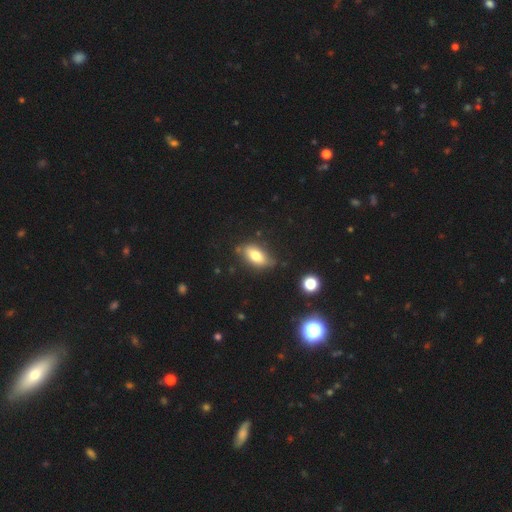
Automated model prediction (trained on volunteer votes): Morphology: type=smooth (74%); roundness=in between (88%); merging=none (71%).